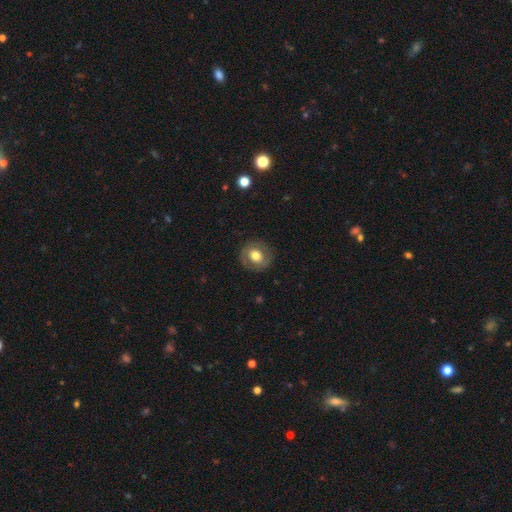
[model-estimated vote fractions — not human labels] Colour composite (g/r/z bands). It shows a smooth galaxy with no disk features (60%) that is round (84%). Merging: none (85%).